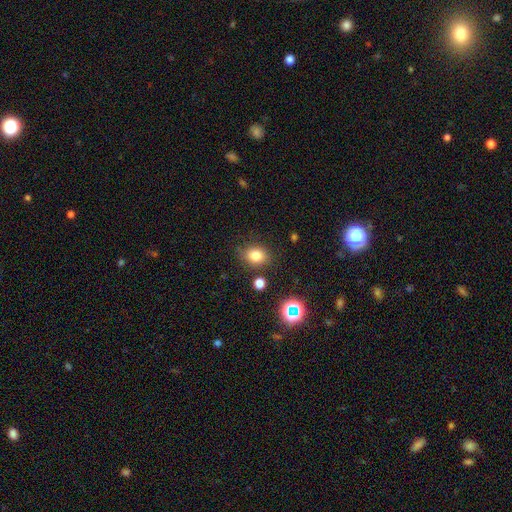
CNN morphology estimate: The model was most divided on "how rounded": in between: 50%, round: 49%, cigar-shaped: 1%. More confident: merging — none (80%); smooth or featured — smooth (78%).